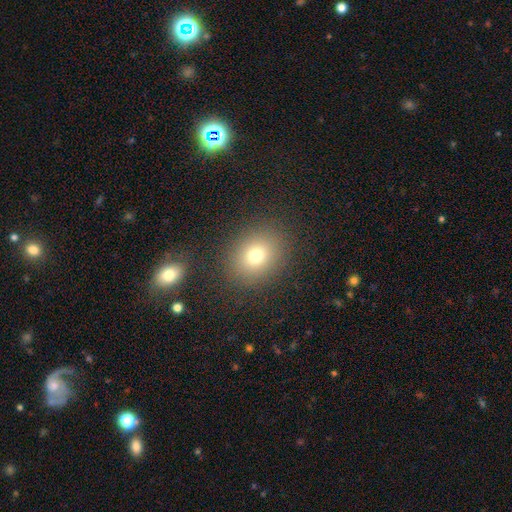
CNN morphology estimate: A smooth galaxy with no disk features (74%) that is round (64%). Merging: none (87%).